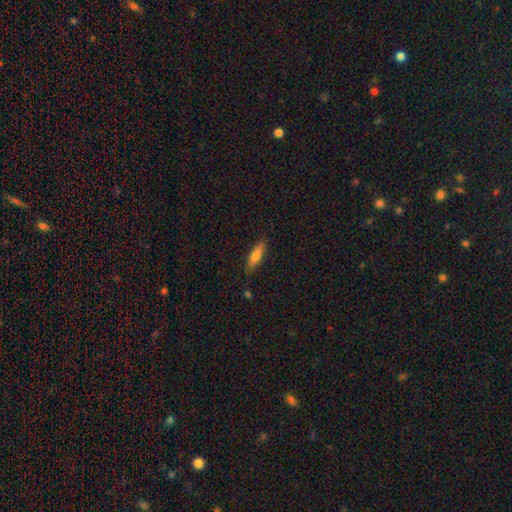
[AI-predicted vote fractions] A smooth galaxy with no disk features (74%) that is cigar-shaped (66%).

Vote fractions:
- Smooth or featured? smooth: 74% / featured or disk: 19% / star or artifact: 7%
- How rounded? cigar-shaped: 66% / in between: 32% / round: 2%
- Merging? none: 83% / minor disturbance: 13% / major disturbance: 3% / merger: 2%